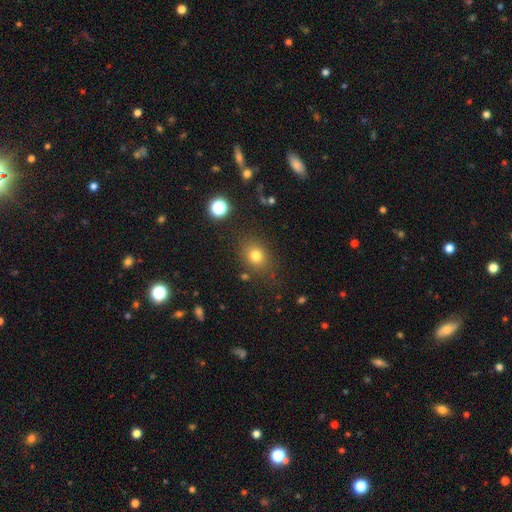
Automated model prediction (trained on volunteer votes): smooth 78%, star or artifact 14%, featured or disk 8%. Down the decision tree: how rounded — round (56%); merging — none (80%).